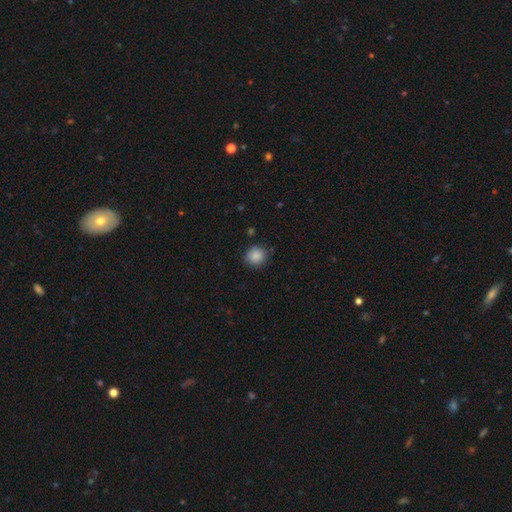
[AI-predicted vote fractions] Smooth or featured? Predicted: smooth (p=0.88). How rounded? Predicted: round (p=0.92). Merging? Predicted: none (p=0.87).